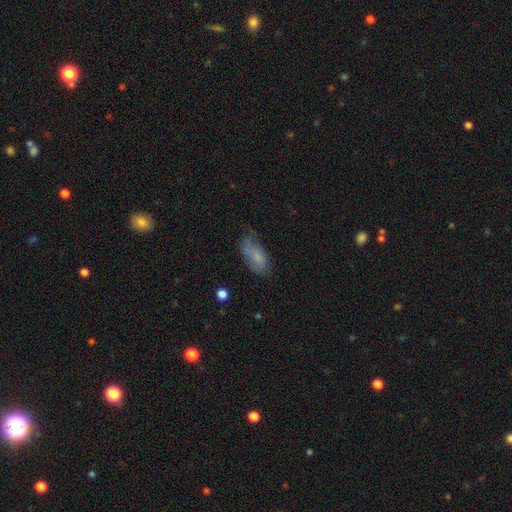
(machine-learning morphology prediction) smooth-or-featured: smooth: 72% | featured or disk: 20% | star or artifact: 8%
  how-rounded: in between: 86% | cigar-shaped: 11% | round: 3%
  merging: none: 53% | minor disturbance: 32% | major disturbance: 13% | merger: 3%